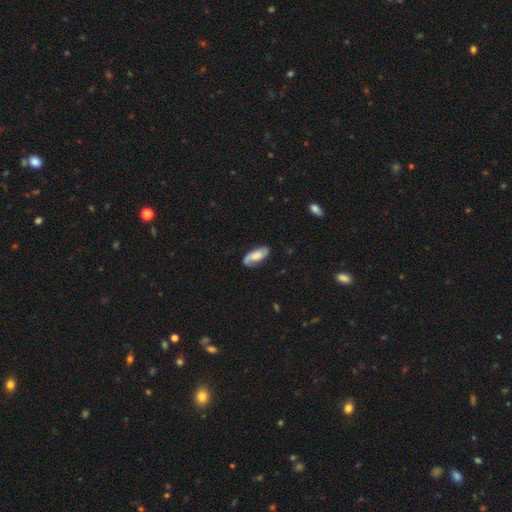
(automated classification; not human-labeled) Morphology: type=featured or disk (55%); edge-on=no (92%); bar=no (56%); spiral arms=yes (92%); bulge=moderate (27%); merging=none (77%).